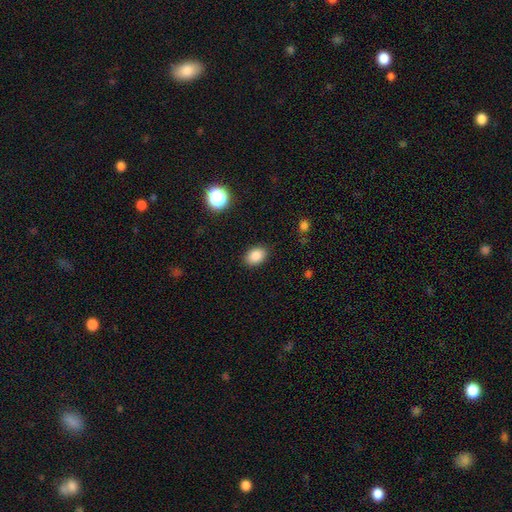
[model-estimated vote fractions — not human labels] A smooth galaxy with no disk features (86%) that is in between round and cigar-shaped (78%).

Vote fractions:
- Smooth or featured? smooth: 86% / star or artifact: 9% / featured or disk: 5%
- How rounded? in between: 78% / round: 21% / cigar-shaped: 1%
- Merging? none: 87% / minor disturbance: 9% / major disturbance: 3% / merger: 1%